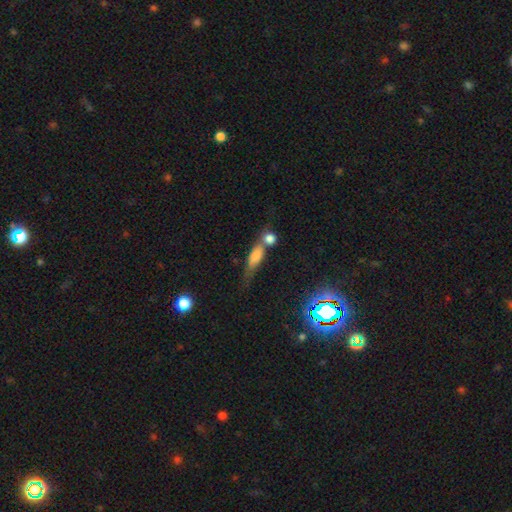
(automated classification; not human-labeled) Smooth or featured: smooth — 63% (featured or disk — 24%)
How rounded: in between — 47% (cigar-shaped — 42%)
Merging: merger — 46% (none — 29%)